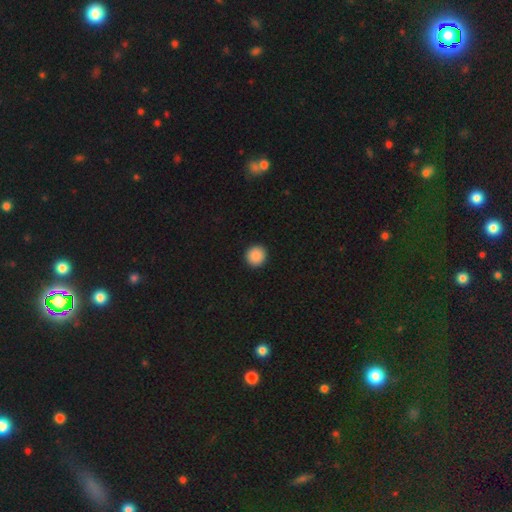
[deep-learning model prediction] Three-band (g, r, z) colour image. It shows a smooth galaxy with no disk features (89%) that is round (94%). Merging: none (94%).